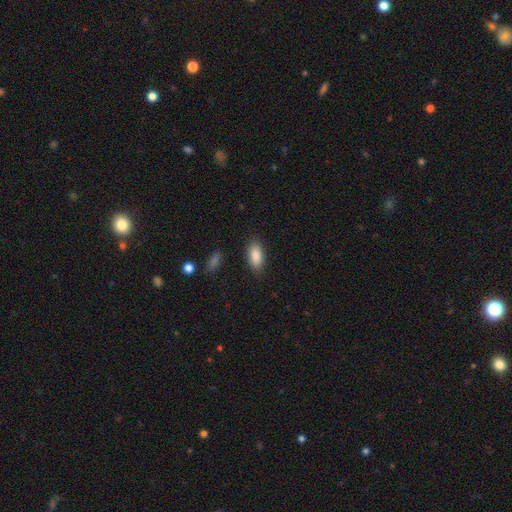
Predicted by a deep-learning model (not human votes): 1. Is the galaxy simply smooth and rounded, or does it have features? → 88% smooth, 7% star or artifact, 5% featured or disk.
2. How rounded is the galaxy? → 87% in between, 10% cigar-shaped, 3% round.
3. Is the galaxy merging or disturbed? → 86% none, 10% minor disturbance, 3% major disturbance, 2% merger.